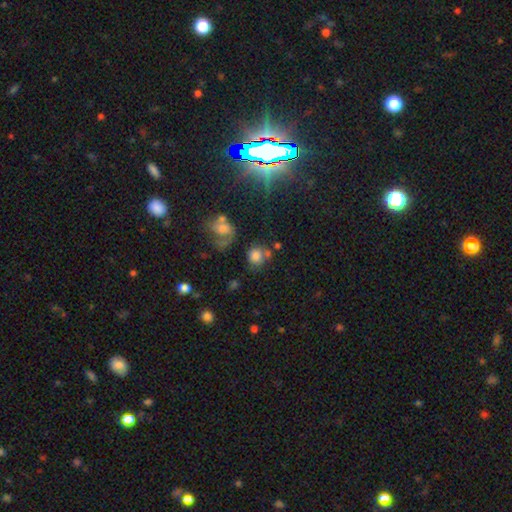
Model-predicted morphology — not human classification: Overall: smooth (74%). How rounded: round (82%). Merging: none (53%; merger 20%).